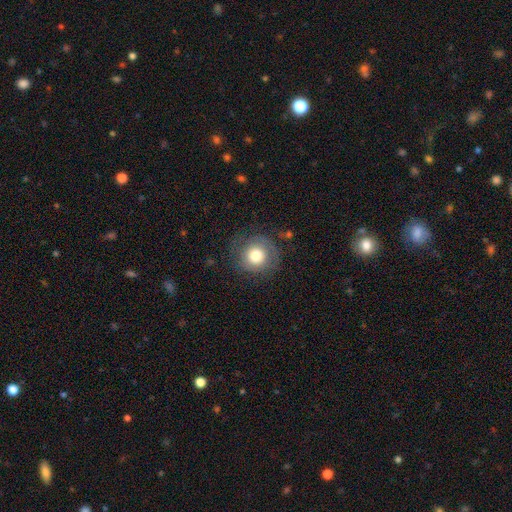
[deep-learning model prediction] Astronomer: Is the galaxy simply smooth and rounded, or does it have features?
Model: smooth — 73%.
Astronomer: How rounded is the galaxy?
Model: round — 92%.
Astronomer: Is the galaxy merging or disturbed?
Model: none — 78%.